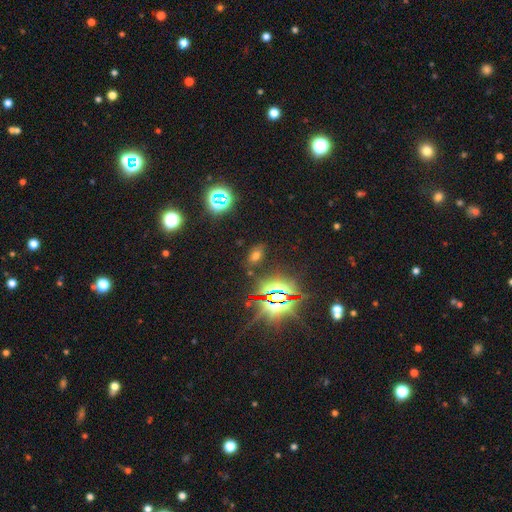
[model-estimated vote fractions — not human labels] A smooth galaxy with no disk features (48%).

Vote fractions:
- Smooth or featured? smooth: 48% / star or artifact: 42% / featured or disk: 10%
- Merging? none: 81% / minor disturbance: 11% / major disturbance: 4% / merger: 3%